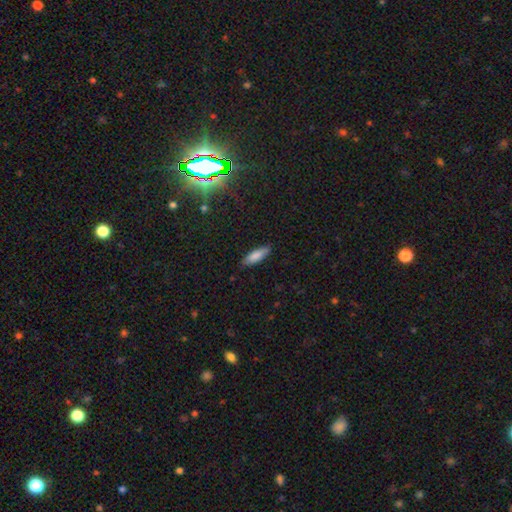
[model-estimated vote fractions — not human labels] smooth 84%, featured or disk 9%, star or artifact 7%. Down the decision tree: how rounded — in between (51%); merging — none (85%).